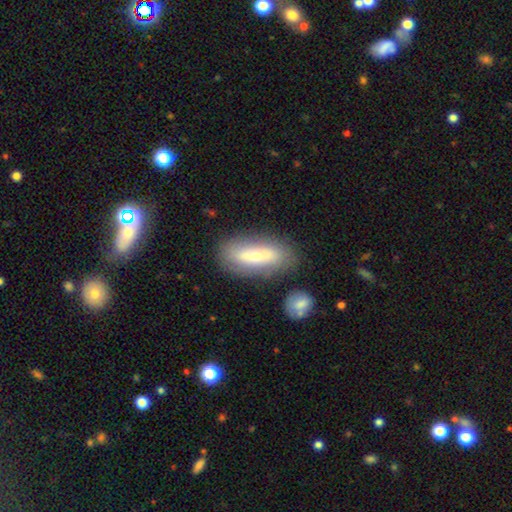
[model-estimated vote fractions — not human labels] A smooth galaxy with no disk features (57%) that is in between round and cigar-shaped (63%).

Vote fractions:
- Smooth or featured? smooth: 57% / featured or disk: 36% / star or artifact: 7%
- How rounded? in between: 63% / cigar-shaped: 35% / round: 3%
- Merging? none: 78% / minor disturbance: 13% / merger: 5% / major disturbance: 4%